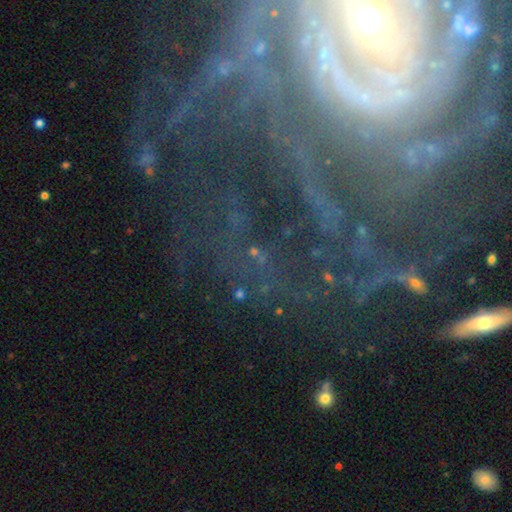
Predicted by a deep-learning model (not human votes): smooth_or_featured: star or artifact (p=0.54) [alt: featured or disk p=0.34]